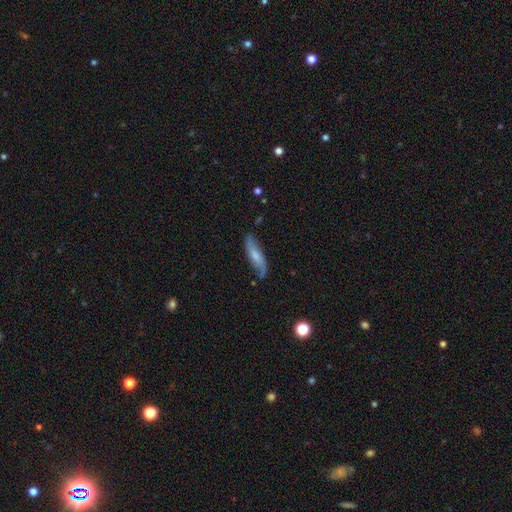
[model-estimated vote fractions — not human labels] smooth_or_featured: featured or disk (p=0.47) [tied with: smooth p=0.47]
merging: none (p=0.72) [alt: minor disturbance p=0.21]